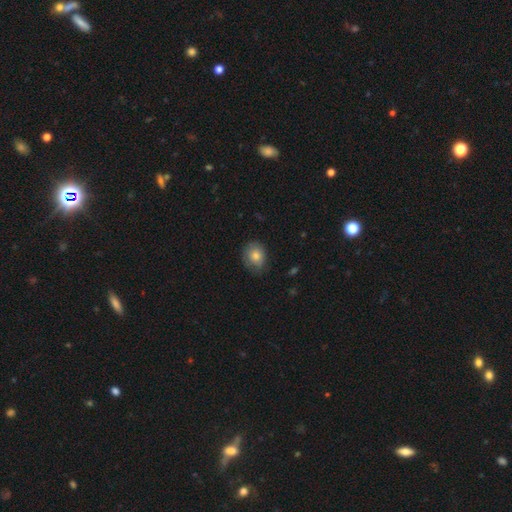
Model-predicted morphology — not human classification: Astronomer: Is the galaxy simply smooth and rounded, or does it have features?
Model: smooth — 78%.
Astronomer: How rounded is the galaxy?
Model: round — 58% (runner-up: in between, 41%).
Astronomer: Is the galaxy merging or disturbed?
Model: none — 69%.